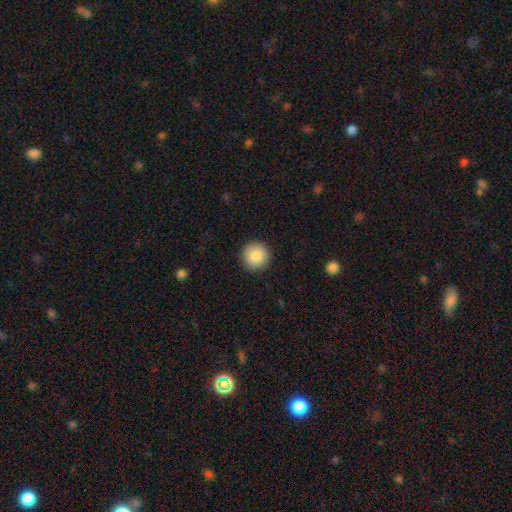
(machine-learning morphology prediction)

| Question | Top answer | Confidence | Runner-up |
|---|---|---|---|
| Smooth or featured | smooth | 86% | star or artifact (8%) |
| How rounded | round | 95% | in between (4%) |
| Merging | none | 92% | minor disturbance (6%) |